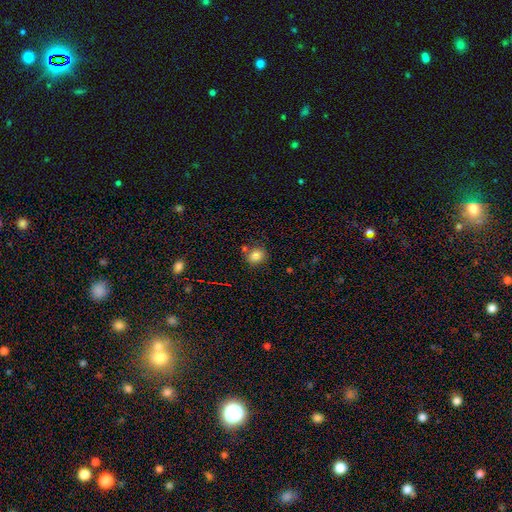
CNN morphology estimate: Smooth or featured?
  - smooth: 82% *
  - star or artifact: 11%
  - featured or disk: 7%
How rounded?
  - round: 72% *
  - in between: 27%
  - cigar-shaped: 1%
Merging?
  - none: 74% *
  - minor disturbance: 13%
  - merger: 10%
  - major disturbance: 3%